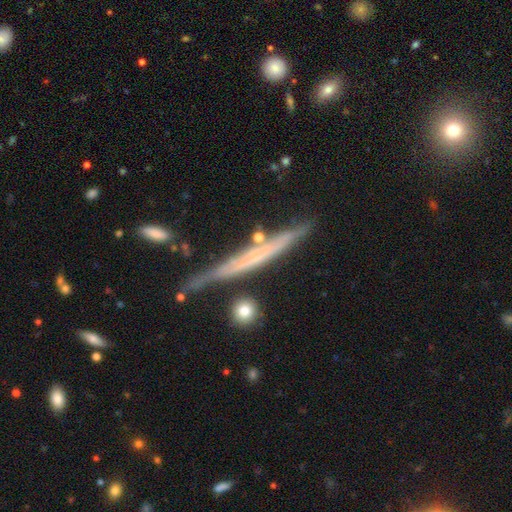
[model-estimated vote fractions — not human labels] Overall: featured or disk (62%; smooth 31%). Edge-on disk: yes (94%). Edge-on bulge: none (79%). Merging: none (75%).